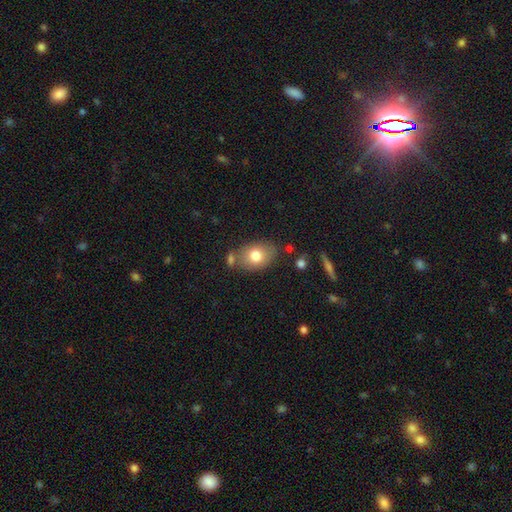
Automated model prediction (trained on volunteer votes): Smooth or featured? smooth (77%)
How rounded? in between (77%)
Merging? none (68%)